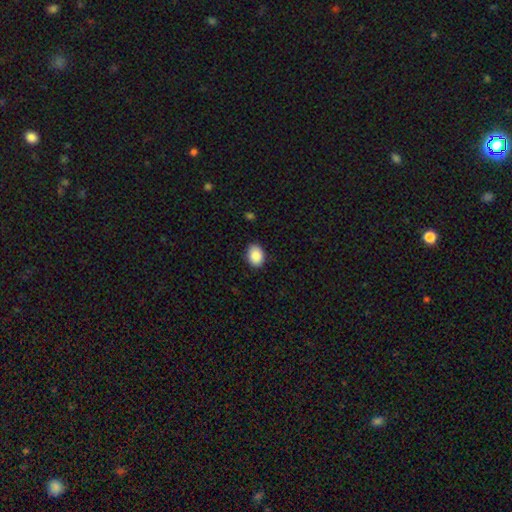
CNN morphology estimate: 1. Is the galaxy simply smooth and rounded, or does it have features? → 89% smooth, 8% star or artifact, 3% featured or disk.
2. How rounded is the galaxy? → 67% in between, 32% round, 1% cigar-shaped.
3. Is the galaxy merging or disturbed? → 86% none, 11% minor disturbance, 2% major disturbance, 1% merger.